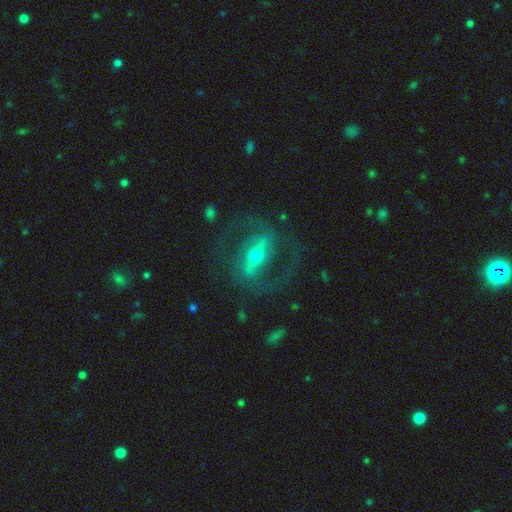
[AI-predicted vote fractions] featured or disk 85%, smooth 9%, star or artifact 6%. Down the decision tree: edge-on disk — no (90%); bar — strong (68%); spiral arms — yes (80%); spiral arm count — 2 (87%); spiral winding — medium (53%); bulge size — moderate (54%); merging — none (72%).